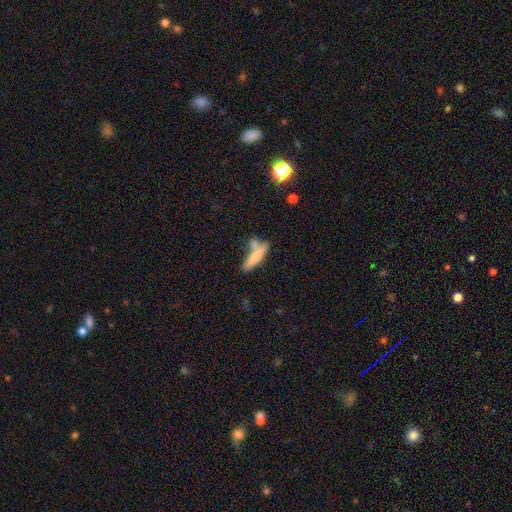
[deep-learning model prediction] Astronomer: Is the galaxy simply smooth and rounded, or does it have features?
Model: smooth — 66%.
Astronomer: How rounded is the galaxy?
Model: cigar-shaped — 74%.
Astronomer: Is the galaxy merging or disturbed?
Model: none — 52%.